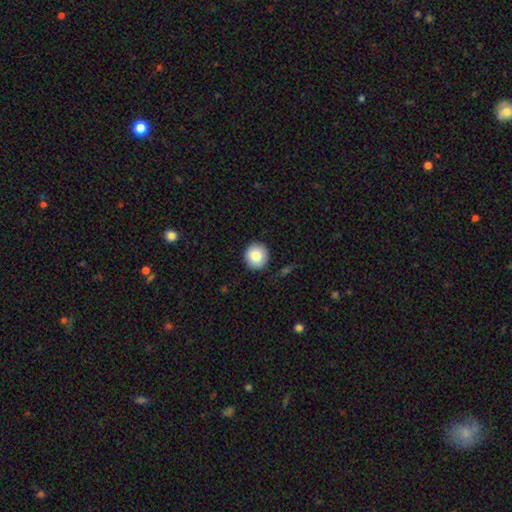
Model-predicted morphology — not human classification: A smooth galaxy with no disk features (84%) that is round (93%).

Vote fractions:
- Smooth or featured? smooth: 84% / featured or disk: 8% / star or artifact: 8%
- How rounded? round: 93% / in between: 6% / cigar-shaped: 1%
- Merging? none: 90% / minor disturbance: 7% / major disturbance: 2% / merger: 1%